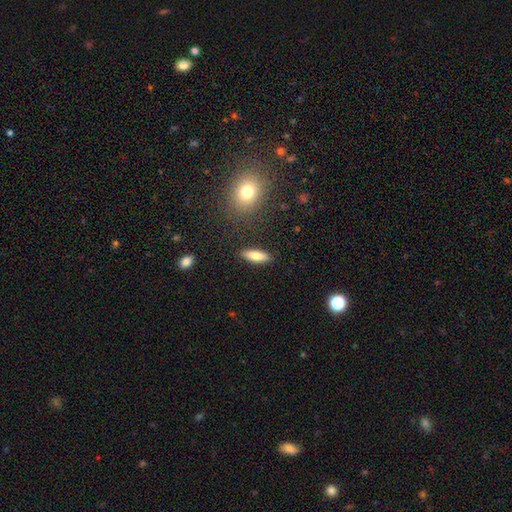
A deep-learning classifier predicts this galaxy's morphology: type=smooth (79%); roundness=in between (59%); merging=none (88%).